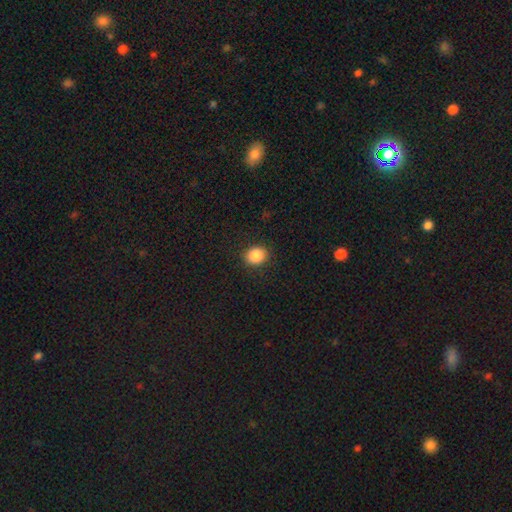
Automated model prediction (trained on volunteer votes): A smooth galaxy with no disk features (87%) that is round (68%). Merging: none (89%).